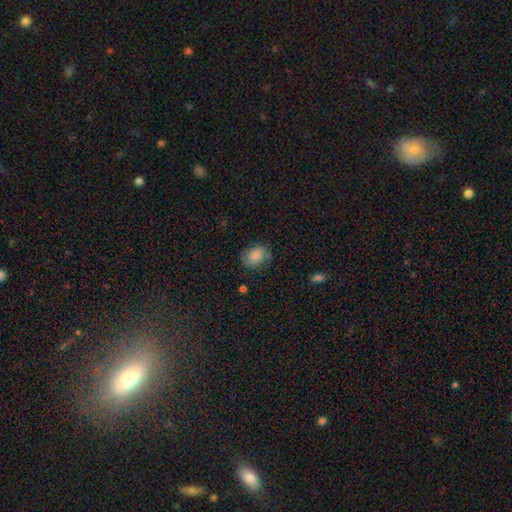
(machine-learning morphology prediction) smooth_or_featured: smooth (p=0.75) [alt: featured or disk p=0.16]
how_rounded: in between (p=0.61) [alt: round p=0.38]
merging: none (p=0.66) [alt: minor disturbance p=0.24]